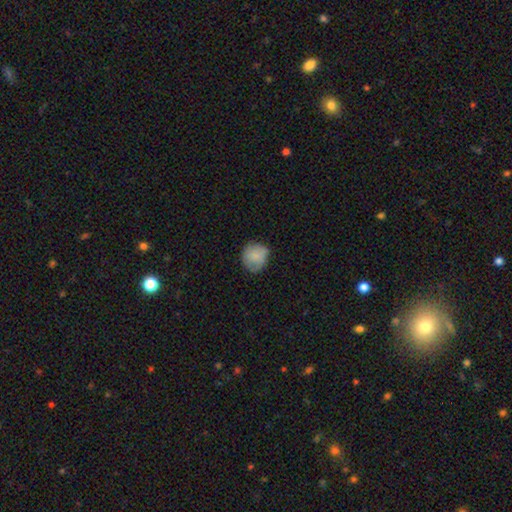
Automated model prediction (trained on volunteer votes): Smooth or featured: smooth — 81% (featured or disk — 11%)
How rounded: round — 85% (in between — 14%)
Merging: none — 71% (minor disturbance — 23%)